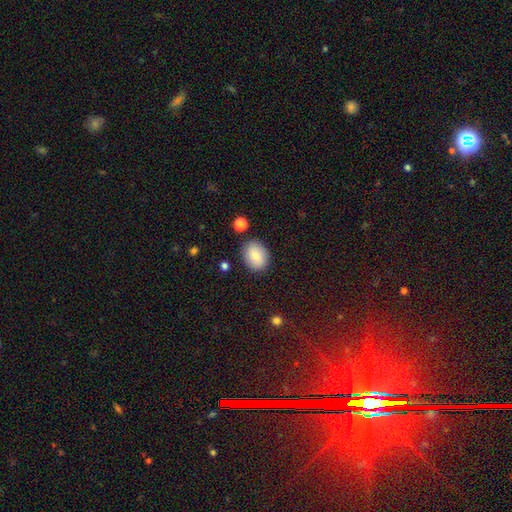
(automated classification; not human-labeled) Morphology: type=smooth (81%); roundness=in between (56%); merging=none (85%).